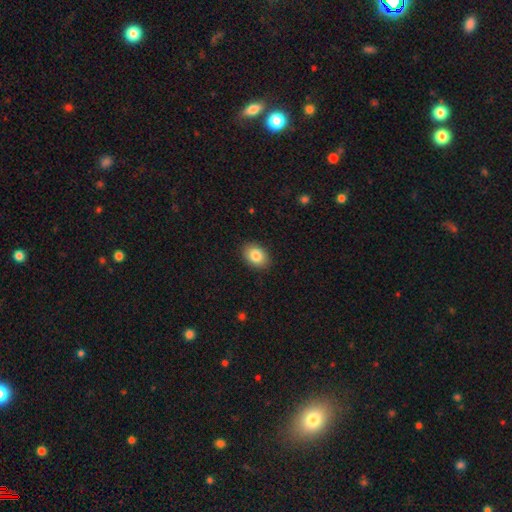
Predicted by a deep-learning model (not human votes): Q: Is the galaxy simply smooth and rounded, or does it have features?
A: smooth — 85%.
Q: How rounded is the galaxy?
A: in between — 75%.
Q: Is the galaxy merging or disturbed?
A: none — 90%.